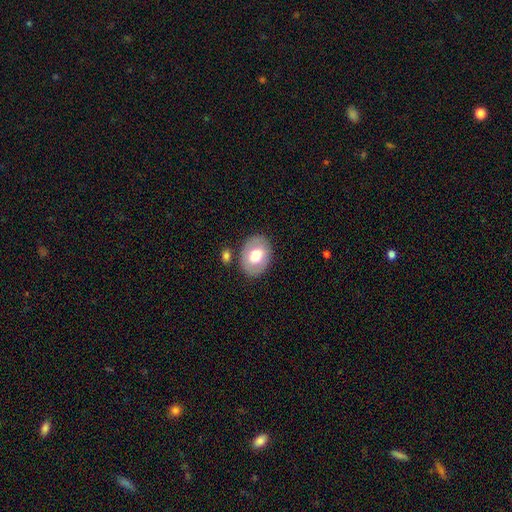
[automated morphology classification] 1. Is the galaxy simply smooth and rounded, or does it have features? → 65% smooth, 29% featured or disk, 6% star or artifact.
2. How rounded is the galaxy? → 66% in between, 33% round, 1% cigar-shaped.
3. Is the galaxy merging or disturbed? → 79% none, 11% minor disturbance, 6% merger, 4% major disturbance.